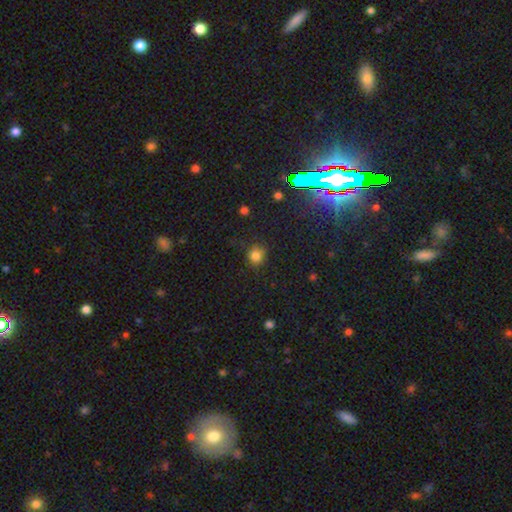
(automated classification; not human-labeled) Smooth or featured? smooth (79%)
How rounded? round (85%)
Merging? none (79%)